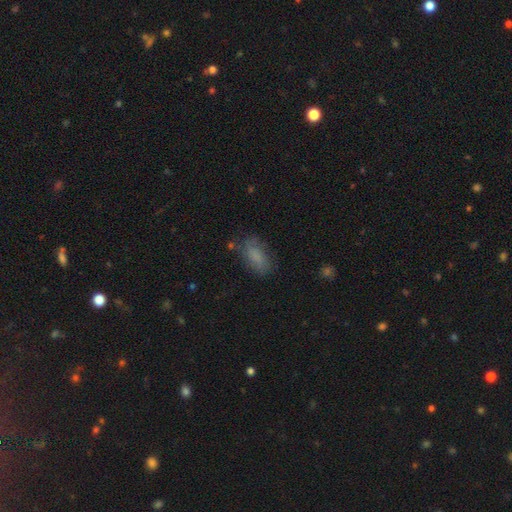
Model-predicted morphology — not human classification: A smooth galaxy with no disk features (79%) that is in between round and cigar-shaped (85%). Merging: none (72%).